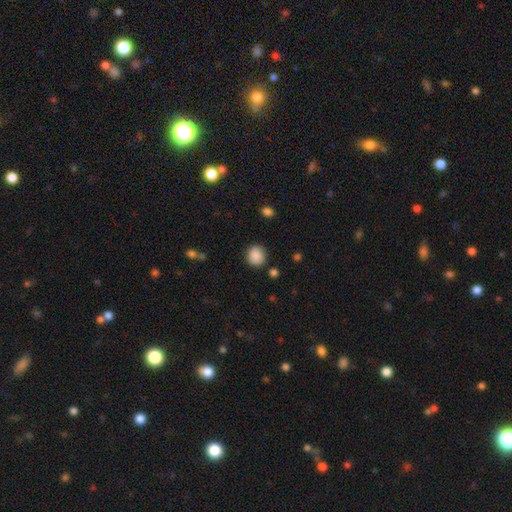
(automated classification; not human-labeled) Overall: smooth (88%). How rounded: round (81%). Merging: none (84%).